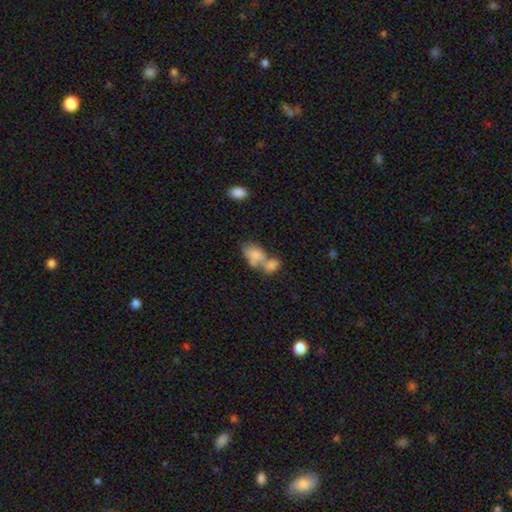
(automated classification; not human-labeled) This is likely a smooth galaxy (73%). How rounded: clearly in between (86%). Merging: likely merger (65%).